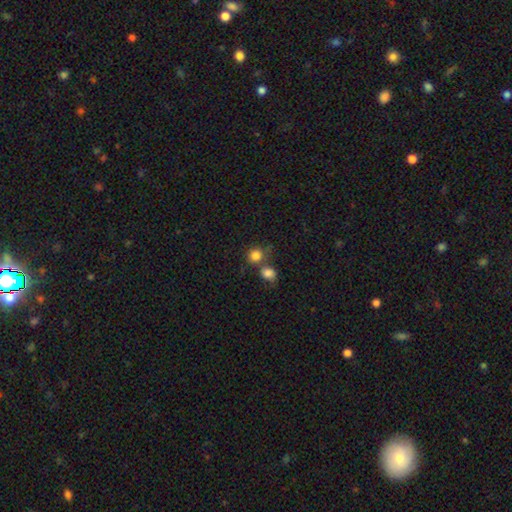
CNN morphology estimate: This is clearly a smooth galaxy (83%). How rounded: clearly round (84%). Merging: possibly none (49%).